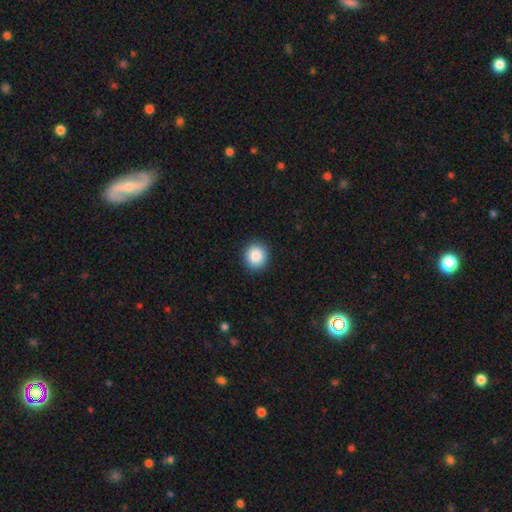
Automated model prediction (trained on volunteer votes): smooth-or-featured: smooth: 88% | star or artifact: 8% | featured or disk: 3%
  how-rounded: round: 89% | in between: 11% | cigar-shaped: 1%
  merging: none: 91% | minor disturbance: 6% | major disturbance: 2% | merger: 1%